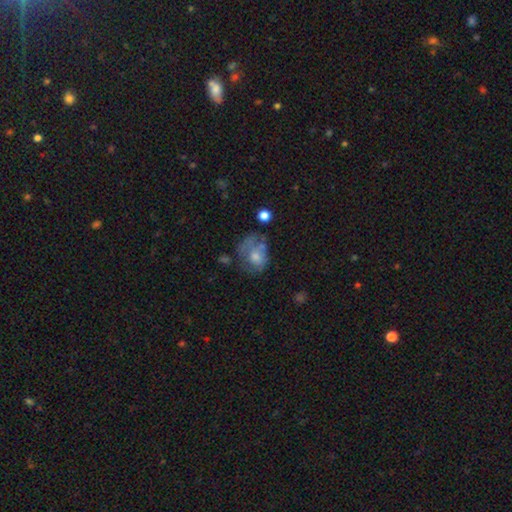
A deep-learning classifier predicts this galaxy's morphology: A smooth galaxy with no disk features (47%).

Vote fractions:
- Smooth or featured? smooth: 47% / featured or disk: 40% / star or artifact: 13%
- Merging? none: 34% / major disturbance: 30% / minor disturbance: 25% / merger: 11%